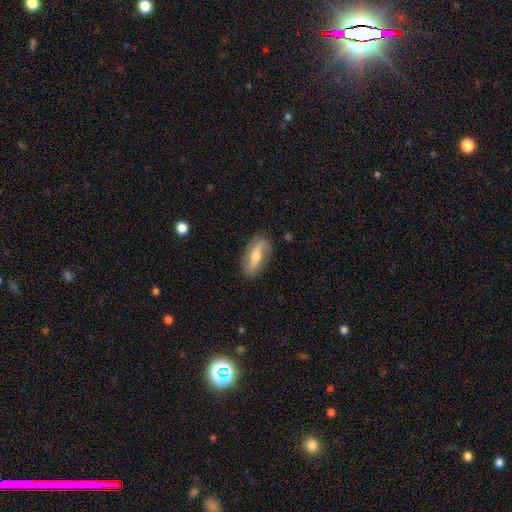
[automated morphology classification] Smooth or featured: featured or disk — 65% (smooth — 28%)
Edge-on disk: no — 85% (yes — 15%)
Bar: strong — 37% (weak — 36%)
Spiral arms: yes — 83% (no — 17%)
Bulge size: moderate — 64% (small — 28%)
Merging: none — 84% (minor disturbance — 12%)